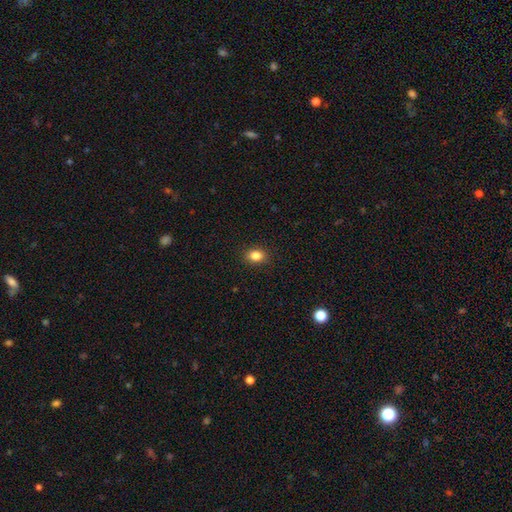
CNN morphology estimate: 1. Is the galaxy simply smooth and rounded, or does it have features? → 84% smooth, 10% star or artifact, 5% featured or disk.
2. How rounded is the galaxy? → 62% in between, 37% round, 1% cigar-shaped.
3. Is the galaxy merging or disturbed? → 90% none, 7% minor disturbance, 2% major disturbance, 1% merger.